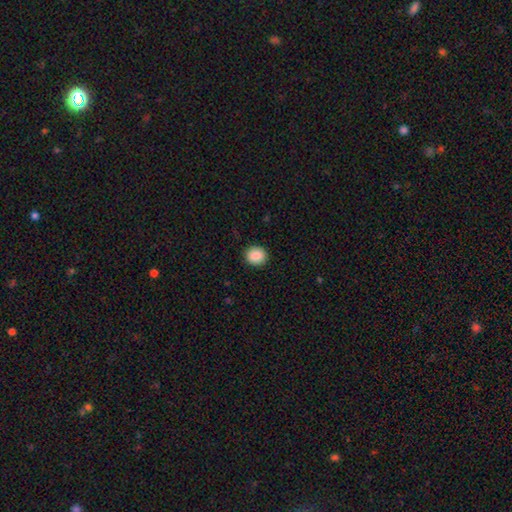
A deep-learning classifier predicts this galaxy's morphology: A smooth galaxy with no disk features (88%) that is round (84%).

Vote fractions:
- Smooth or featured? smooth: 88% / star or artifact: 8% / featured or disk: 4%
- How rounded? round: 84% / in between: 15% / cigar-shaped: 1%
- Merging? none: 91% / minor disturbance: 6% / major disturbance: 2% / merger: 1%